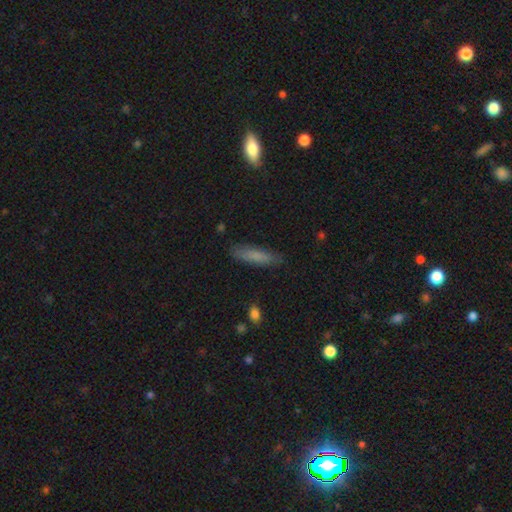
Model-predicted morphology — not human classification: A smooth galaxy with no disk features (77%) that is cigar-shaped (75%). Merging: none (82%).